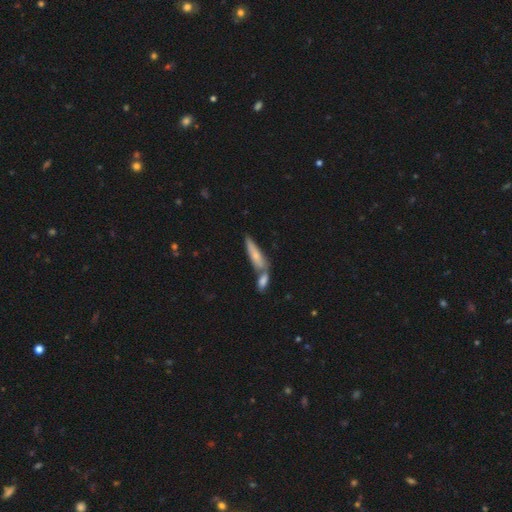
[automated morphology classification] type=smooth (61%); roundness=cigar-shaped (68%); merging=none (44%).